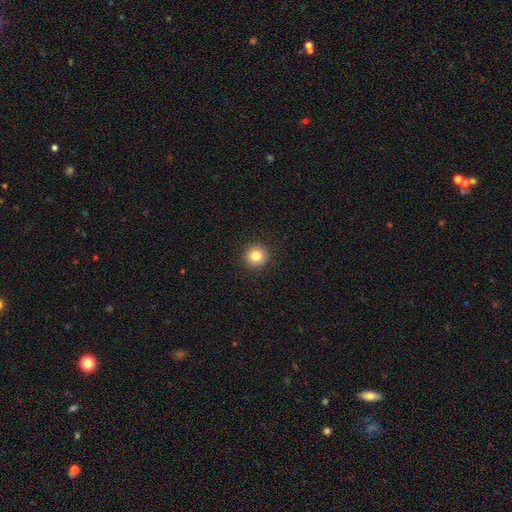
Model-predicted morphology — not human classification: Smooth or featured: smooth — 82% (star or artifact — 11%)
How rounded: round — 95% (in between — 4%)
Merging: none — 92% (minor disturbance — 5%)